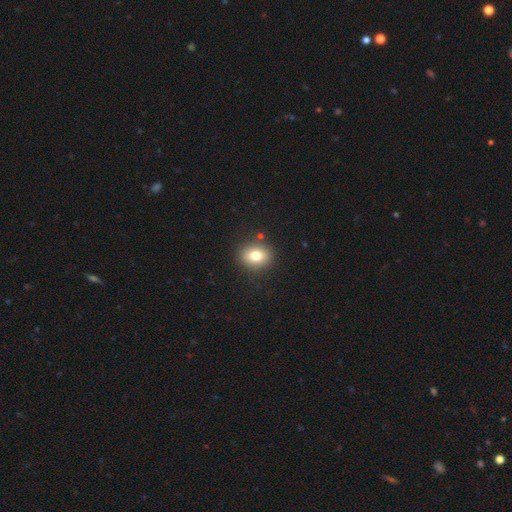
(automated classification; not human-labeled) Morphology: type=smooth (78%); roundness=round (54%); merging=none (87%).